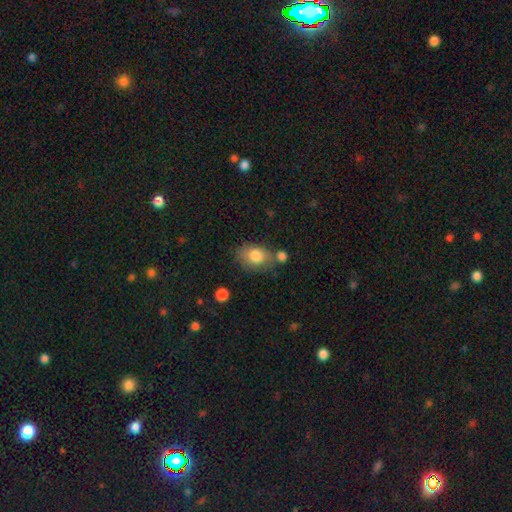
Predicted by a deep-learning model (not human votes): smooth-or-featured: smooth: 81% | featured or disk: 11% | star or artifact: 8%
  how-rounded: in between: 74% | round: 25% | cigar-shaped: 1%
  merging: none: 58% | minor disturbance: 20% | merger: 16% | major disturbance: 7%